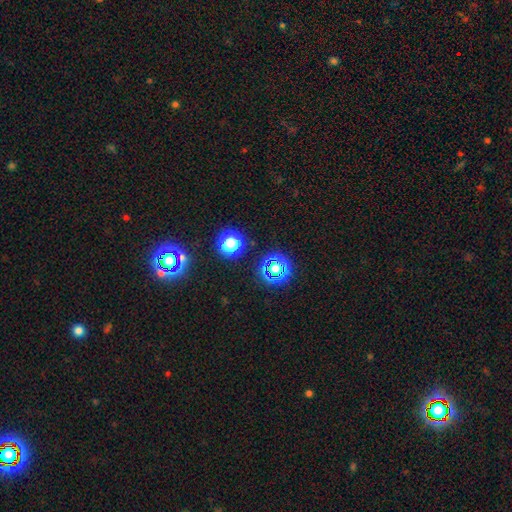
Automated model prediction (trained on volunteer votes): A star or artifact, not a galaxy (62%).

Vote fractions:
- Smooth or featured? star or artifact: 62% / smooth: 31% / featured or disk: 7%